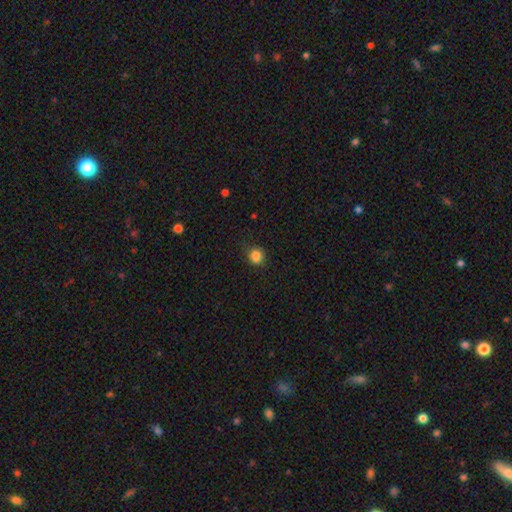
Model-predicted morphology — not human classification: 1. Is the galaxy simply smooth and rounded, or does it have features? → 85% smooth, 11% star or artifact, 4% featured or disk.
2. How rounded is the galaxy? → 81% round, 18% in between, 1% cigar-shaped.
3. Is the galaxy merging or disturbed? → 82% none, 13% minor disturbance, 3% major disturbance, 2% merger.